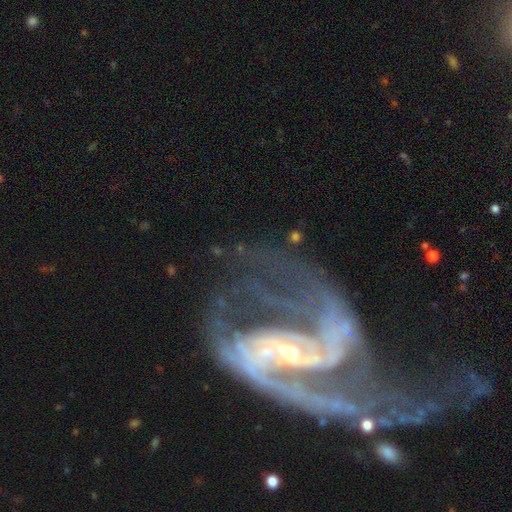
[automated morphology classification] A featured or disk galaxy (89%) with a weak bar (42%), 2 (67%) medium (42%) spiral arms (92%) and a small central bulge (63%). Merging: major disturbance (40%).